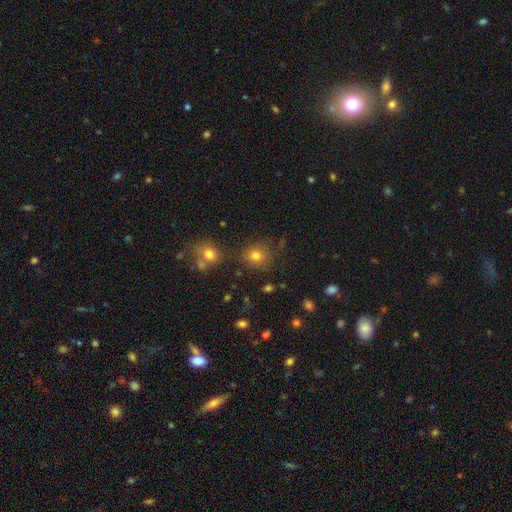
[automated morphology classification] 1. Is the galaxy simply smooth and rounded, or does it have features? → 76% smooth, 17% star or artifact, 8% featured or disk.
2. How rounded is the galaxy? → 83% round, 16% in between, 1% cigar-shaped.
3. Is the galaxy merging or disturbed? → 78% none, 10% minor disturbance, 7% merger, 4% major disturbance.